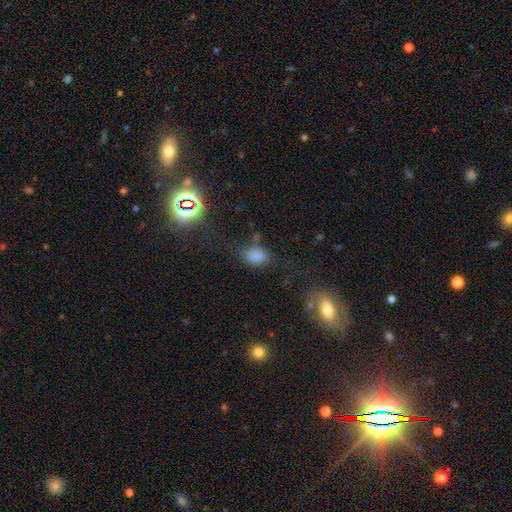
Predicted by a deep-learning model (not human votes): This appears to be a smooth galaxy with no disk features (75%) that is in between round and cigar-shaped (75%). Merging: none (58%).